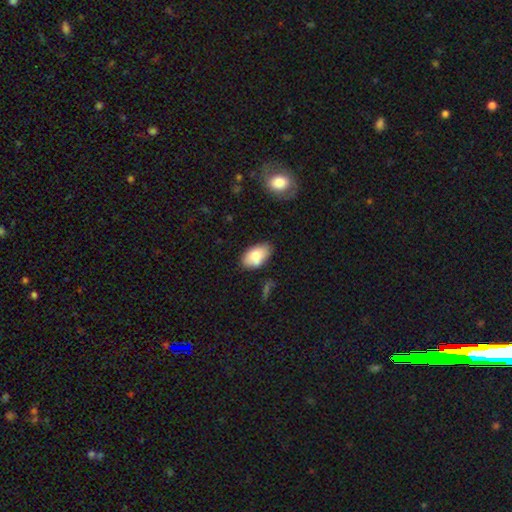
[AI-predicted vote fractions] smooth 77%, featured or disk 16%, star or artifact 7%. Down the decision tree: how rounded — in between (93%); merging — none (70%).